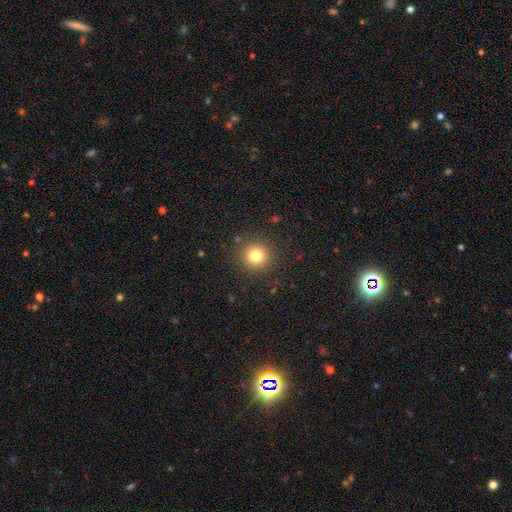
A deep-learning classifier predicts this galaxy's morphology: This appears to be a smooth galaxy with no disk features (78%) that is round (93%). Merging: none (89%).